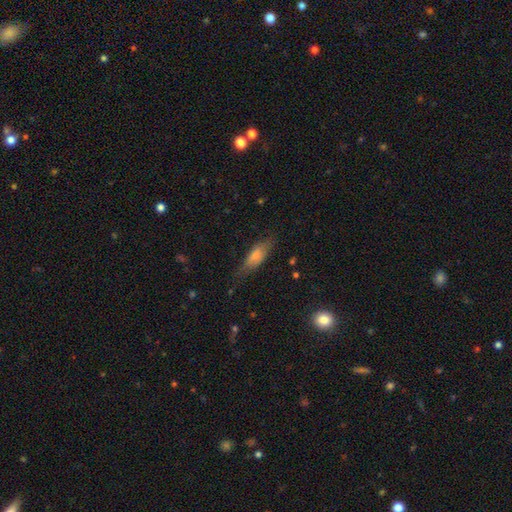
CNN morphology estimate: Smooth or featured?
  - smooth: 68% *
  - featured or disk: 24%
  - star or artifact: 8%
How rounded?
  - in between: 57% *
  - cigar-shaped: 41%
  - round: 2%
Merging?
  - none: 65% *
  - minor disturbance: 24%
  - major disturbance: 9%
  - merger: 2%